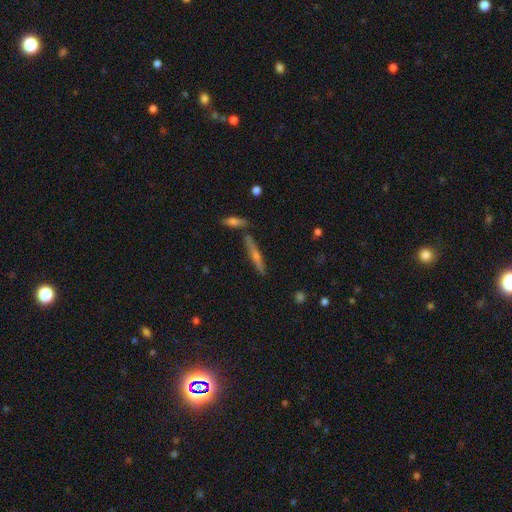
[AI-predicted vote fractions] smooth_or_featured: featured or disk (p=0.60) [alt: smooth p=0.30]
disk_edge_on: yes (p=0.96) [alt: no p=0.04]
edge_on_bulge: rounded (p=0.77) [alt: none p=0.16]
merging: none (p=0.82) [alt: minor disturbance p=0.09]